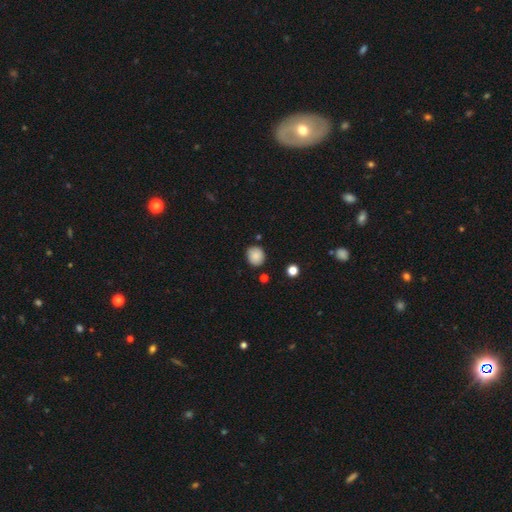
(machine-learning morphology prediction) Q: Smooth or featured?
A: smooth (87%); runner-up: star or artifact (9%)
Q: How rounded?
A: round (77%); runner-up: in between (22%)
Q: Merging?
A: none (85%); runner-up: minor disturbance (10%)